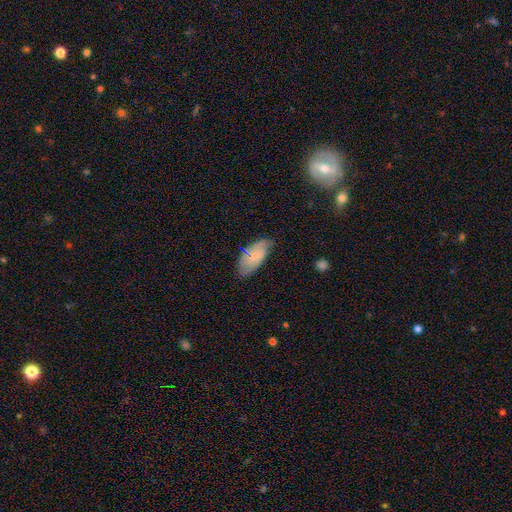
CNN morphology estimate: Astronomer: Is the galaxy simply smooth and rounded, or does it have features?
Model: smooth — 70%.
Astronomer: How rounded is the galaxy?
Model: in between — 91%.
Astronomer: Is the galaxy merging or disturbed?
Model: none — 63%.